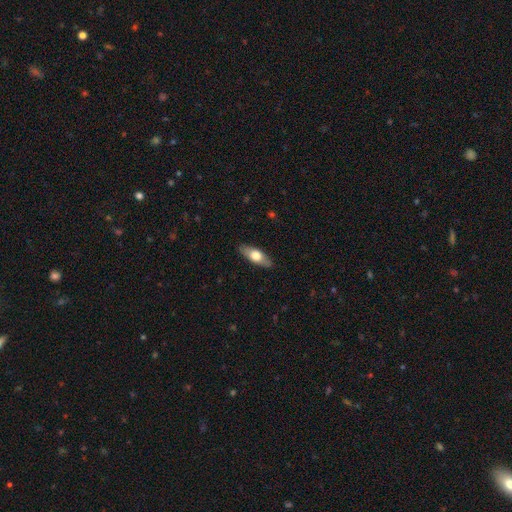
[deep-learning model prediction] Morphology: type=smooth (60%); roundness=in between (70%); merging=none (87%).